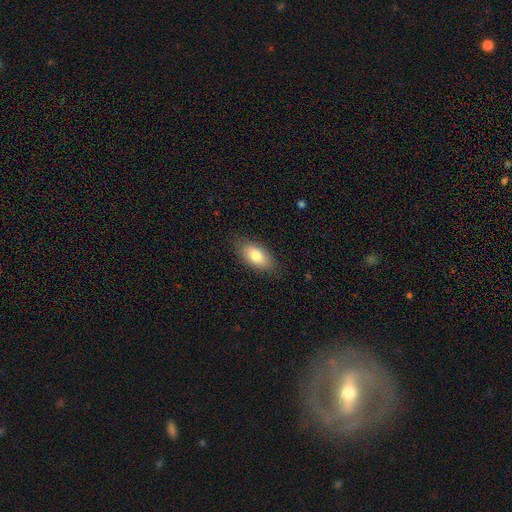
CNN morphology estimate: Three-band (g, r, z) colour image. It shows a smooth galaxy with no disk features (78%) that is in between round and cigar-shaped (90%). Merging: none (82%).